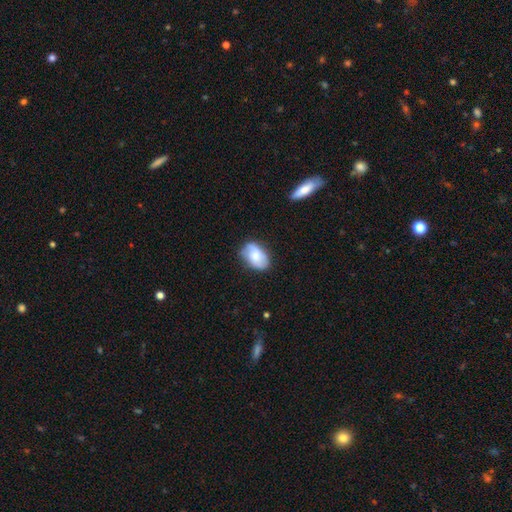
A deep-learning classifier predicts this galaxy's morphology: smooth_or_featured: smooth (p=0.59) [alt: featured or disk p=0.33]
how_rounded: in between (p=0.87) [alt: round p=0.12]
merging: none (p=0.69) [alt: minor disturbance p=0.24]